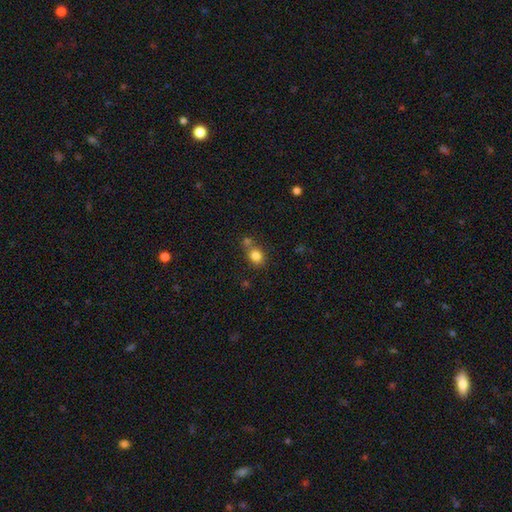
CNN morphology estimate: Smooth or featured? smooth (82%)
How rounded? round (66%)
Merging? none (56%)